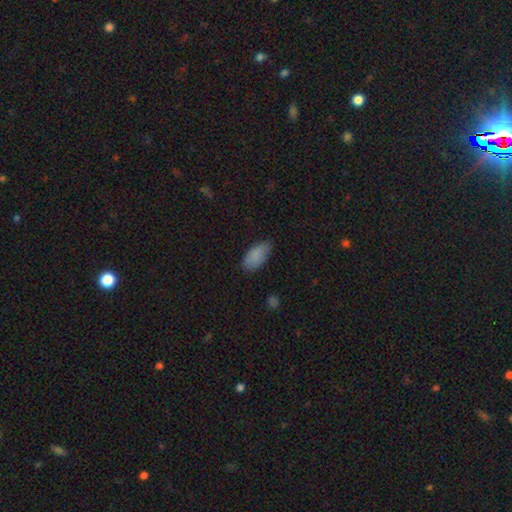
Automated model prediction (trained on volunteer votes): A smooth galaxy with no disk features (87%) that is in between round and cigar-shaped (93%).

Vote fractions:
- Smooth or featured? smooth: 87% / star or artifact: 7% / featured or disk: 7%
- How rounded? in between: 93% / cigar-shaped: 5% / round: 2%
- Merging? none: 77% / minor disturbance: 18% / major disturbance: 3% / merger: 1%